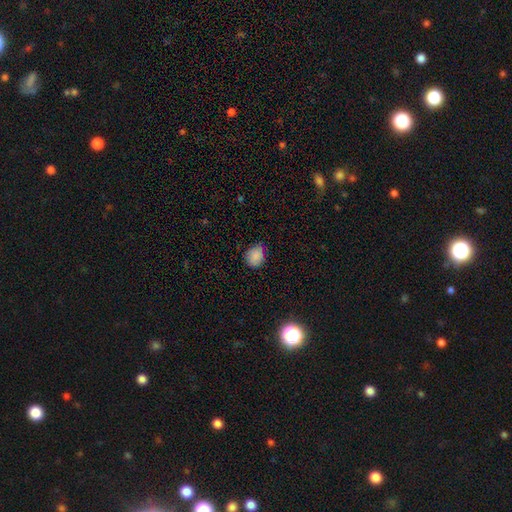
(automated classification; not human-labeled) Smooth or featured: smooth — 86% (star or artifact — 10%)
How rounded: round — 57% (in between — 42%)
Merging: none — 65% (minor disturbance — 30%)